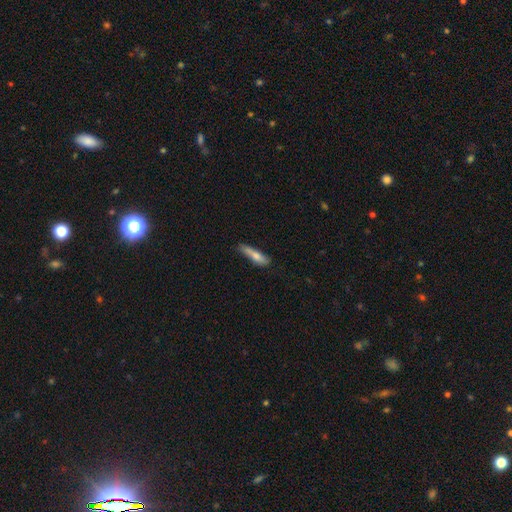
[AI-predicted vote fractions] Q: Smooth or featured?
A: smooth (72%); runner-up: featured or disk (22%)
Q: How rounded?
A: cigar-shaped (80%); runner-up: in between (18%)
Q: Merging?
A: none (60%); runner-up: minor disturbance (30%)